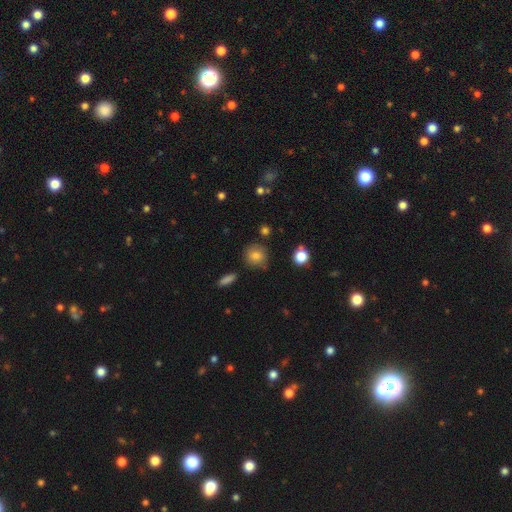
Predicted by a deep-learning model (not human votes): Smooth or featured?
  - smooth: 79% *
  - star or artifact: 11%
  - featured or disk: 10%
How rounded?
  - round: 85% *
  - in between: 14%
  - cigar-shaped: 1%
Merging?
  - none: 81% *
  - minor disturbance: 12%
  - merger: 3%
  - major disturbance: 3%